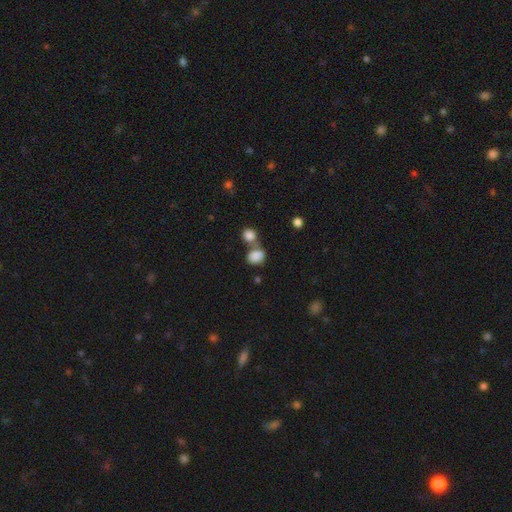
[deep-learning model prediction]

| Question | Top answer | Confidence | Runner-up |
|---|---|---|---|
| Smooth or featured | smooth | 85% | star or artifact (9%) |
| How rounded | in between | 58% | round (41%) |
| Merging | merger | 48% | none (38%) |